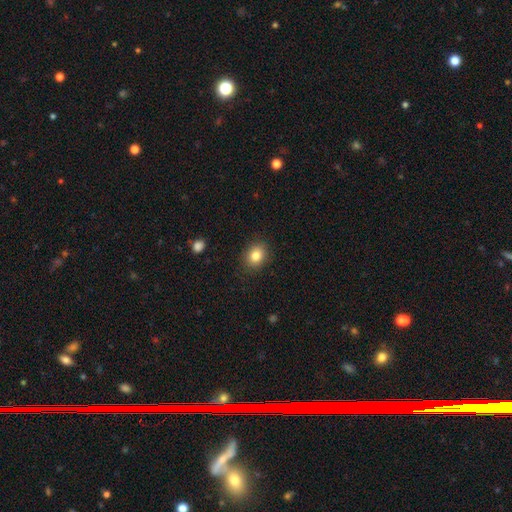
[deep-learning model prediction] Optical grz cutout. It shows a smooth galaxy with no disk features (84%) that is round (50%). Merging: none (87%).